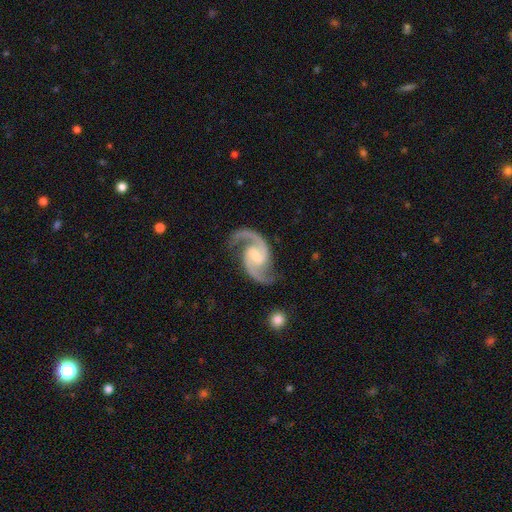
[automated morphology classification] featured or disk 94%, star or artifact 3%, smooth 2%. Down the decision tree: edge-on disk — no (98%); bar — weak (55%); spiral arms — yes (99%); spiral arm count — 2 (95%); spiral winding — medium (64%); bulge size — small (47%); merging — none (80%).